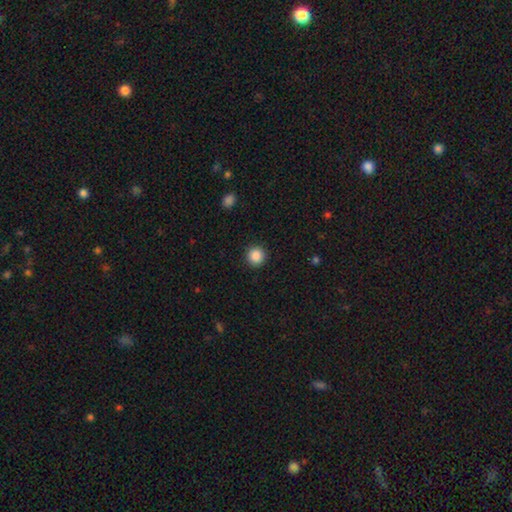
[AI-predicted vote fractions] Smooth or featured?
  - smooth: 87% *
  - star or artifact: 10%
  - featured or disk: 3%
How rounded?
  - round: 95% *
  - in between: 4%
  - cigar-shaped: 1%
Merging?
  - none: 92% *
  - minor disturbance: 5%
  - major disturbance: 2%
  - merger: 1%